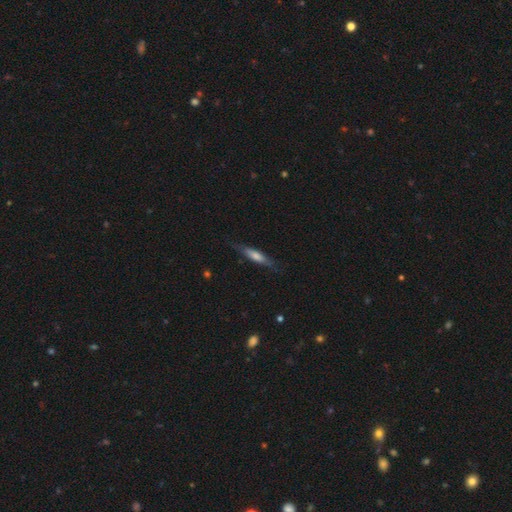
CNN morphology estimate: smooth_or_featured: smooth (p=0.47) [alt: featured or disk p=0.46]
merging: none (p=0.78) [alt: minor disturbance p=0.16]